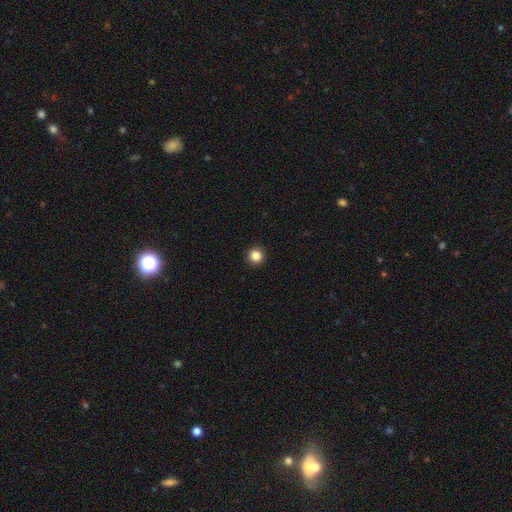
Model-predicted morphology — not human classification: type=smooth (85%); roundness=round (95%); merging=none (93%).